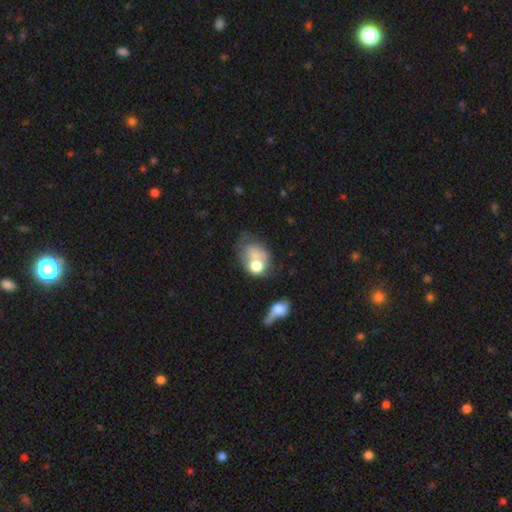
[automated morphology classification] smooth-or-featured: smooth: 60% | featured or disk: 29% | star or artifact: 11%
  how-rounded: in between: 57% | round: 41% | cigar-shaped: 1%
  merging: merger: 41% | major disturbance: 23% | none: 20% | minor disturbance: 16%